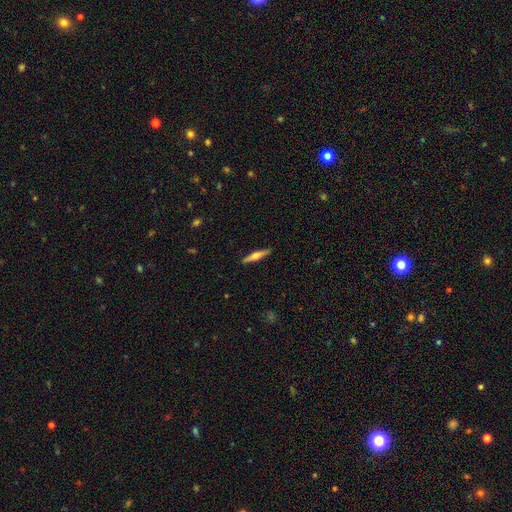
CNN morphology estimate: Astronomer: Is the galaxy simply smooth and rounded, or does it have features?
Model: featured or disk — 50% (runner-up: smooth, 45%).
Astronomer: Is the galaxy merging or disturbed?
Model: none — 91%.